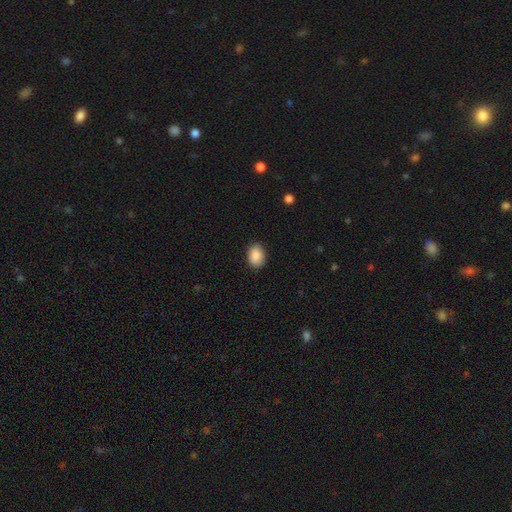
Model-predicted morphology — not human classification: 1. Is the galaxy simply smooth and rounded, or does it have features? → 90% smooth, 7% star or artifact, 3% featured or disk.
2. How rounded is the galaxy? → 77% in between, 22% round, 1% cigar-shaped.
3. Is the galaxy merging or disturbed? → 87% none, 10% minor disturbance, 2% major disturbance, 1% merger.